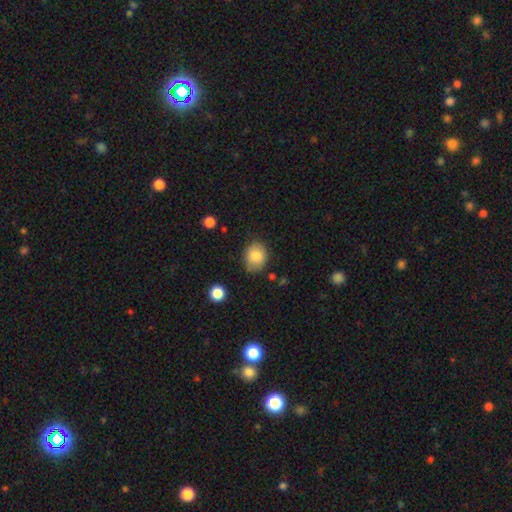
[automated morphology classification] Smooth or featured? Predicted: smooth (p=0.83). How rounded? Predicted: round (p=0.53). Merging? Predicted: none (p=0.75).